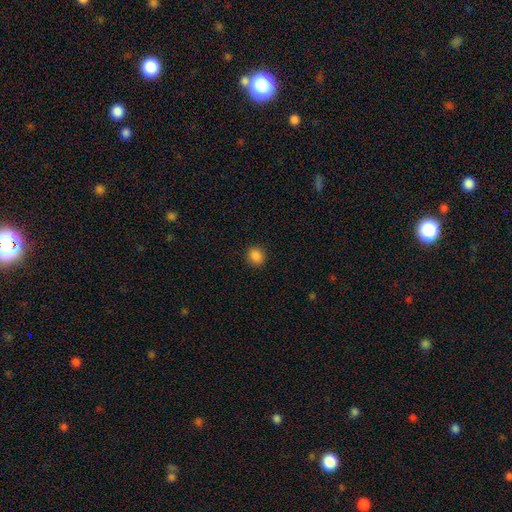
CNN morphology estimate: Smooth or featured: smooth — 86% (star or artifact — 11%)
How rounded: round — 75% (in between — 24%)
Merging: none — 91% (minor disturbance — 6%)